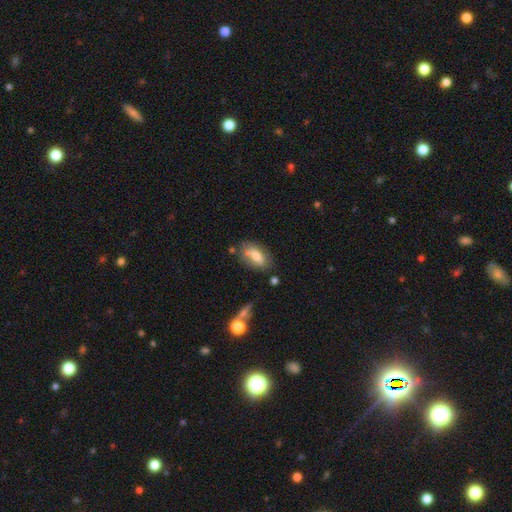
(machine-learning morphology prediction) Smooth or featured?
  - smooth: 68% *
  - featured or disk: 24%
  - star or artifact: 8%
How rounded?
  - in between: 87% *
  - cigar-shaped: 9%
  - round: 4%
Merging?
  - none: 61% *
  - minor disturbance: 24%
  - major disturbance: 7%
  - merger: 7%